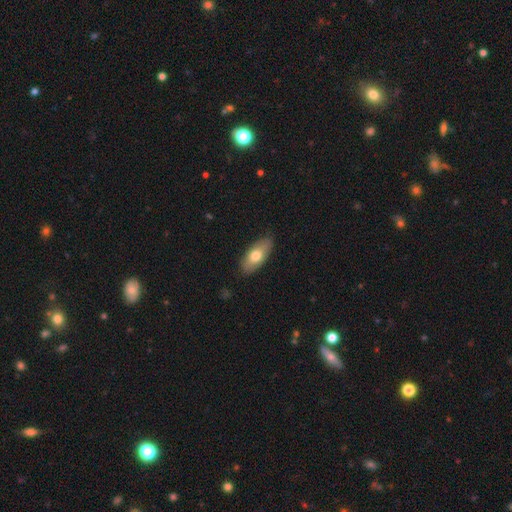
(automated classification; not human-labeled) Smooth or featured? smooth (71%)
How rounded? in between (85%)
Merging? none (85%)